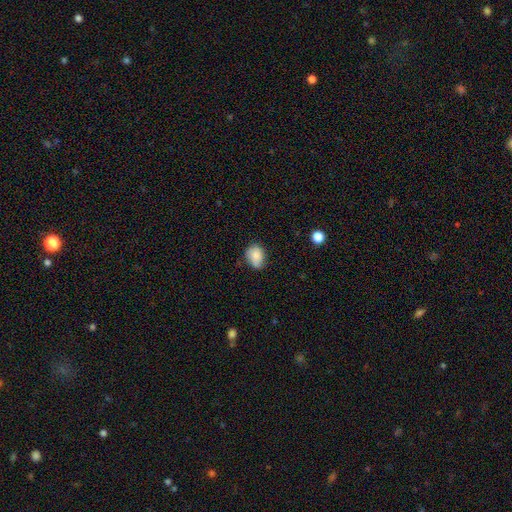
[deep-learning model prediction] The model was most divided on "how rounded": in between: 57%, round: 42%, cigar-shaped: 1%. More confident: smooth or featured — smooth (79%); merging — none (58%).